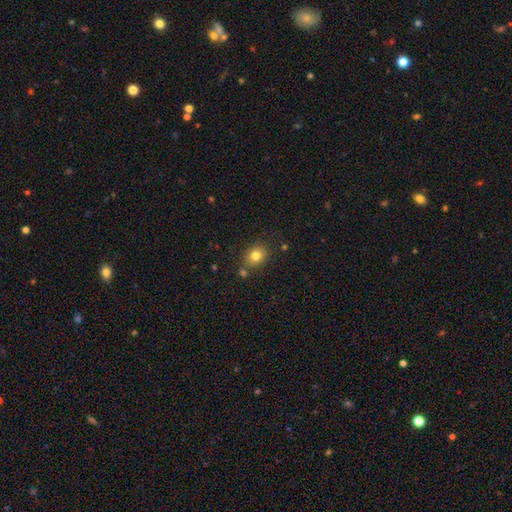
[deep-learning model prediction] smooth 81%, star or artifact 12%, featured or disk 8%. Down the decision tree: how rounded — round (61%); merging — none (77%).